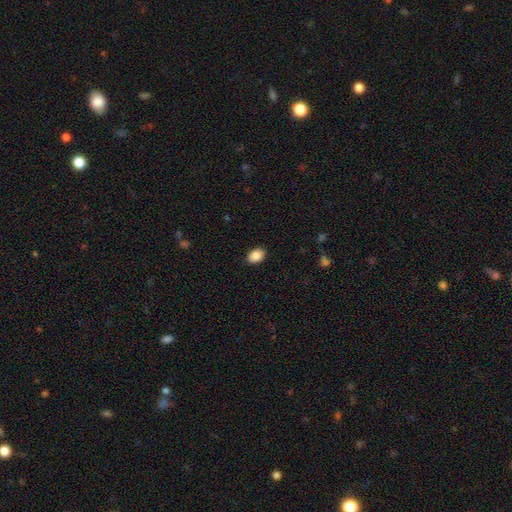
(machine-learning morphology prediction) type=smooth (88%); roundness=in between (80%); merging=none (88%).